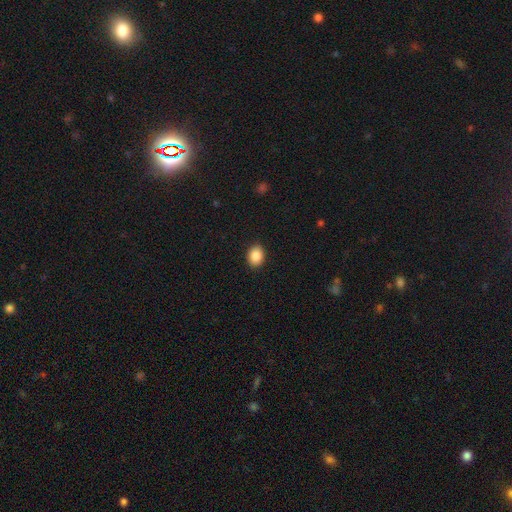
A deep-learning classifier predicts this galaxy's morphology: Q: Smooth or featured?
A: smooth (88%); runner-up: star or artifact (8%)
Q: How rounded?
A: in between (60%); runner-up: round (39%)
Q: Merging?
A: none (90%); runner-up: minor disturbance (7%)